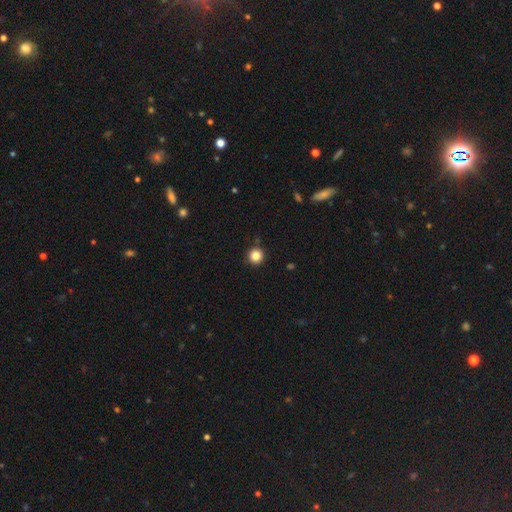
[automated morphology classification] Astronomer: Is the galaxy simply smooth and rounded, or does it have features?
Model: smooth — 84%.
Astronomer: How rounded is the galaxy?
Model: round — 95%.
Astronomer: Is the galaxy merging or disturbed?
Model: none — 91%.